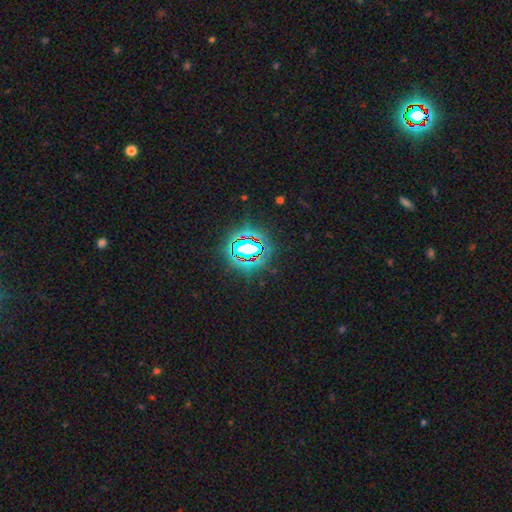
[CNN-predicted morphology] Smooth or featured? star or artifact (80%)